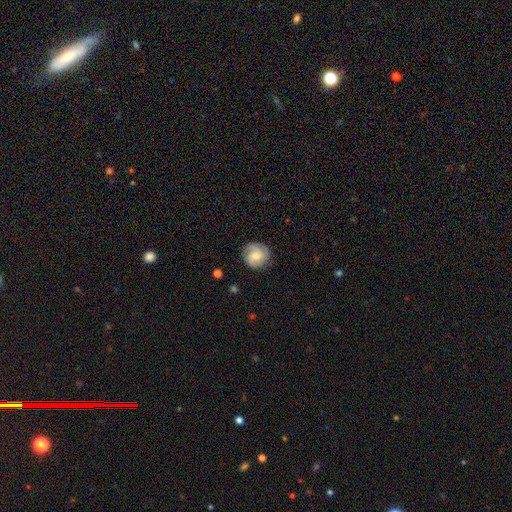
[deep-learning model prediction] A featured or disk galaxy (54%) with no bar (56%), spiral arms (91%) and a moderate central bulge (46%, tied with small). Merging: none (81%).